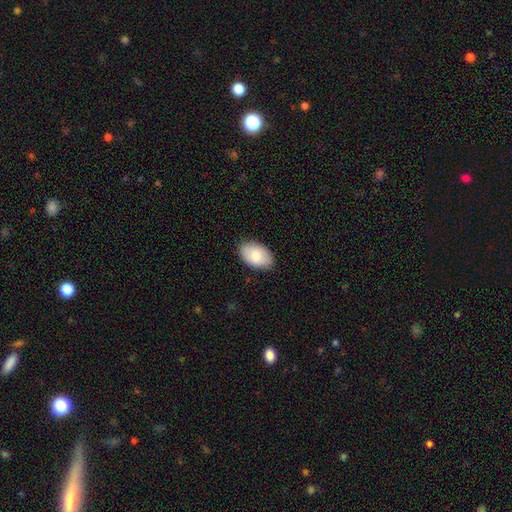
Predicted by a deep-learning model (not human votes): smooth_or_featured: smooth (p=0.81) [alt: featured or disk p=0.13]
how_rounded: in between (p=0.93) [alt: round p=0.06]
merging: none (p=0.86) [alt: minor disturbance p=0.11]